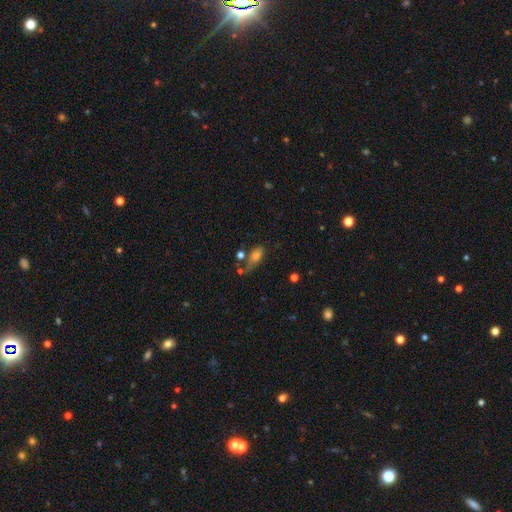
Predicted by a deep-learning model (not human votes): This is likely a smooth galaxy (70%). How rounded: clearly in between (80%). Merging: marginally none (40%).